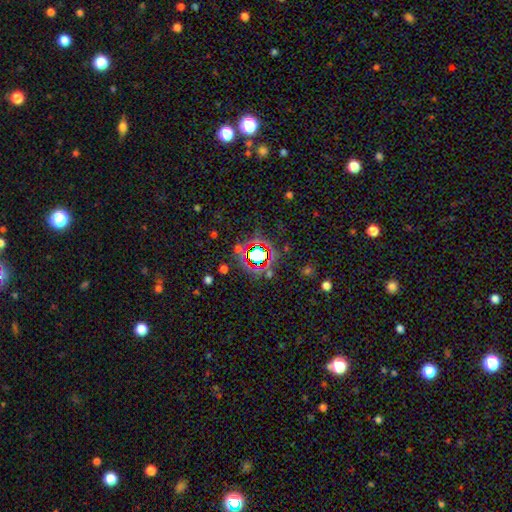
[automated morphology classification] smooth-or-featured: star or artifact: 62% | smooth: 26% | featured or disk: 13%